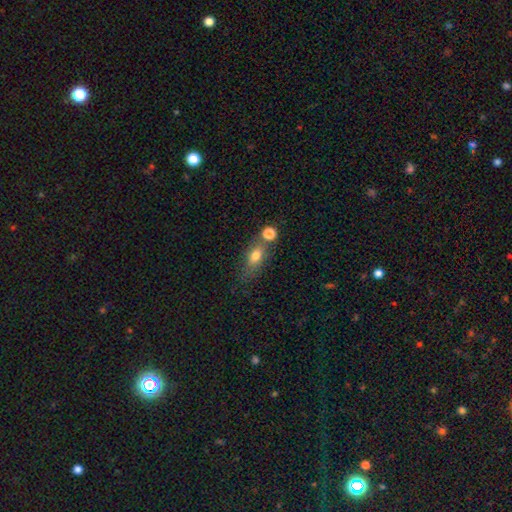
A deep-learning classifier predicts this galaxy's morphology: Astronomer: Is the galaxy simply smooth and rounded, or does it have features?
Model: smooth — 70%.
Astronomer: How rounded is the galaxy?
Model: in between — 67%.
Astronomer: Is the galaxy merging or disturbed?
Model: none — 53%.